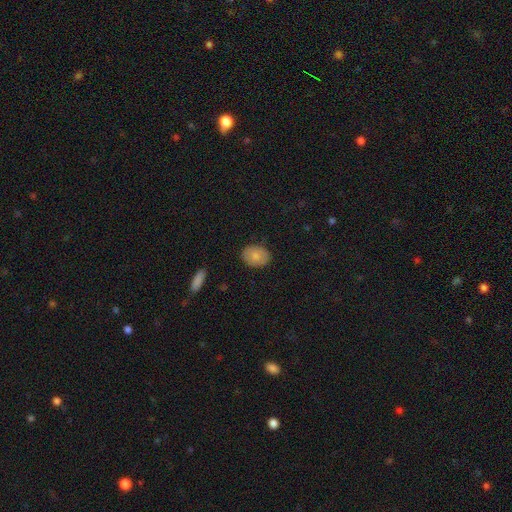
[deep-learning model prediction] Q: Smooth or featured?
A: smooth (76%); runner-up: featured or disk (17%)
Q: How rounded?
A: in between (61%); runner-up: round (38%)
Q: Merging?
A: none (87%); runner-up: minor disturbance (10%)